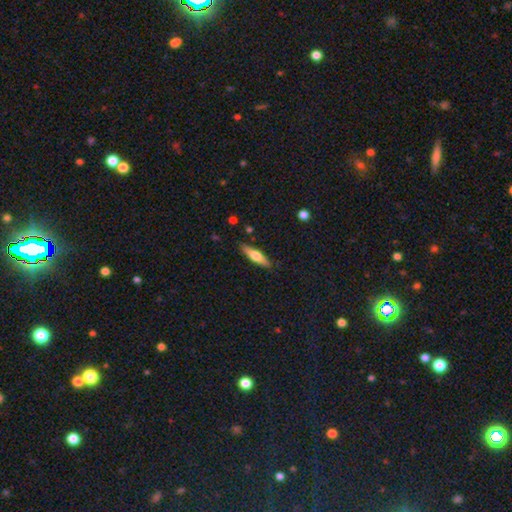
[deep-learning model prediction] Overall: smooth (54%; featured or disk 40%). How rounded: cigar-shaped (73%). Merging: none (87%).